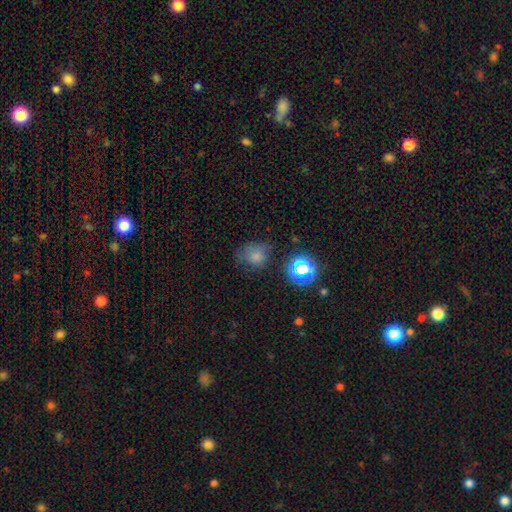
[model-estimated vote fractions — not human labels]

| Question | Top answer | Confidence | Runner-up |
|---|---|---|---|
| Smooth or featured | smooth | 71% | star or artifact (20%) |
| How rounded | round | 70% | in between (29%) |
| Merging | none | 56% | minor disturbance (29%) |